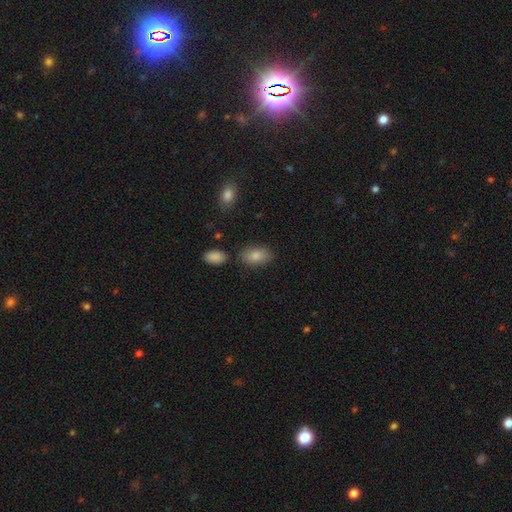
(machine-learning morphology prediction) The model was most divided on "merging": none: 79%, minor disturbance: 13%, merger: 5%, major disturbance: 3%. More confident: how rounded — in between (92%); smooth or featured — smooth (84%).